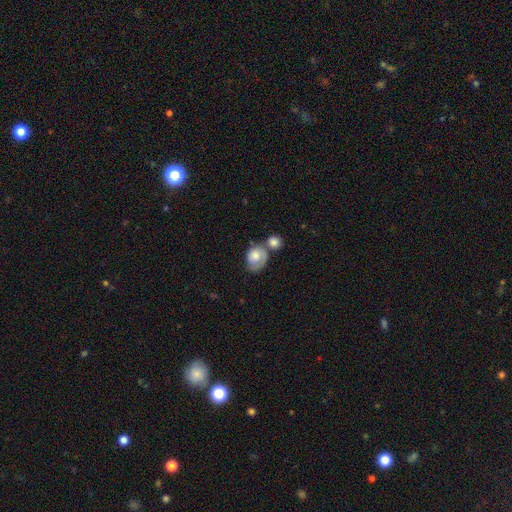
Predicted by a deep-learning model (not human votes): smooth_or_featured: smooth (p=0.65) [alt: featured or disk p=0.29]
how_rounded: in between (p=0.54) [alt: round p=0.45]
merging: merger (p=0.38) [alt: none p=0.29]